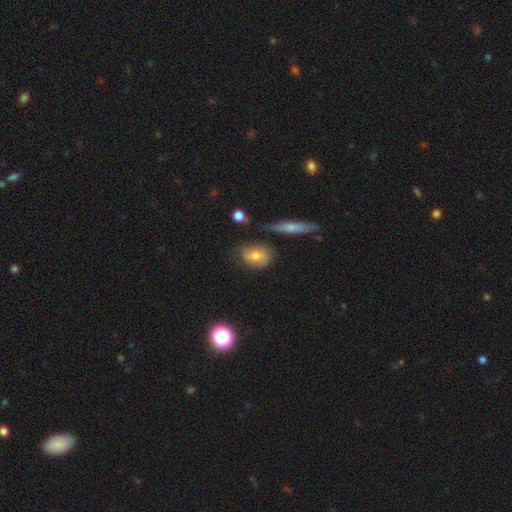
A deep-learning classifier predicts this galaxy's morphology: A smooth galaxy with no disk features (66%) that is in between round and cigar-shaped (61%). Merging: none (64%).